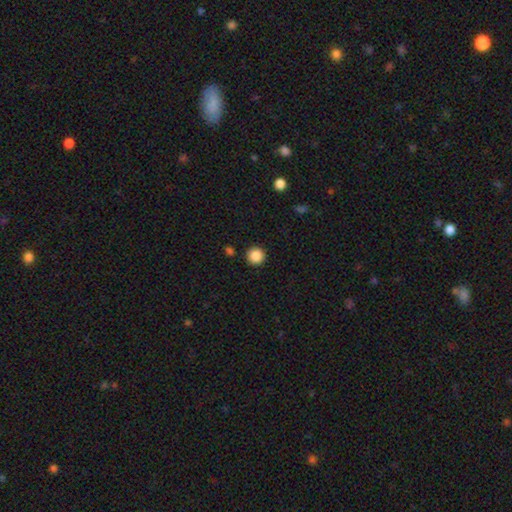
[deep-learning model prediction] Smooth or featured?
  - smooth: 87% *
  - star or artifact: 10%
  - featured or disk: 3%
How rounded?
  - round: 95% *
  - in between: 4%
  - cigar-shaped: 1%
Merging?
  - none: 91% *
  - minor disturbance: 5%
  - major disturbance: 2%
  - merger: 2%